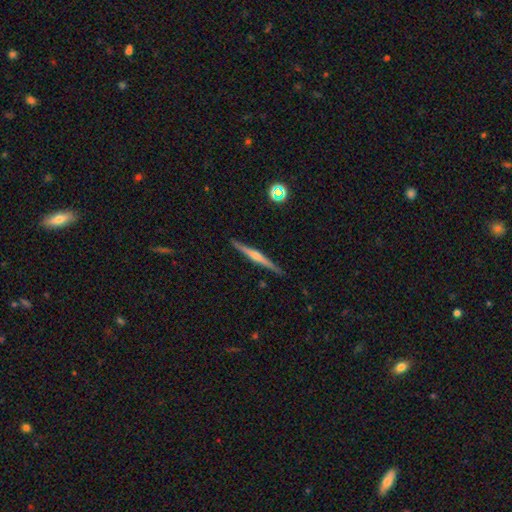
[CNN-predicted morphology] Smooth or featured? featured or disk (79%)
Edge-on disk? yes (99%)
Edge-on bulge? rounded (80%)
Merging? none (92%)